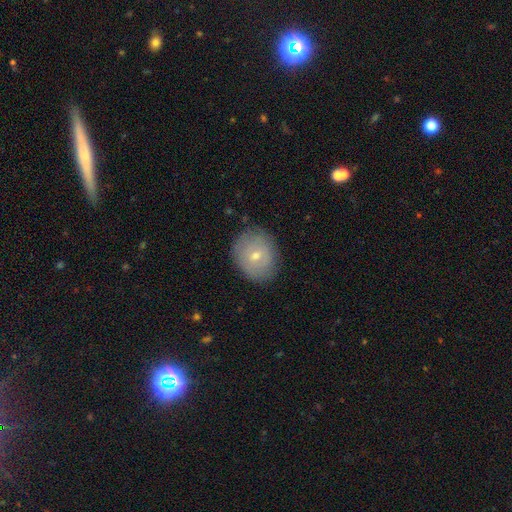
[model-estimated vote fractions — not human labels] Smooth or featured: smooth — 53% (featured or disk — 38%)
How rounded: round — 62% (in between — 37%)
Merging: none — 82% (minor disturbance — 13%)